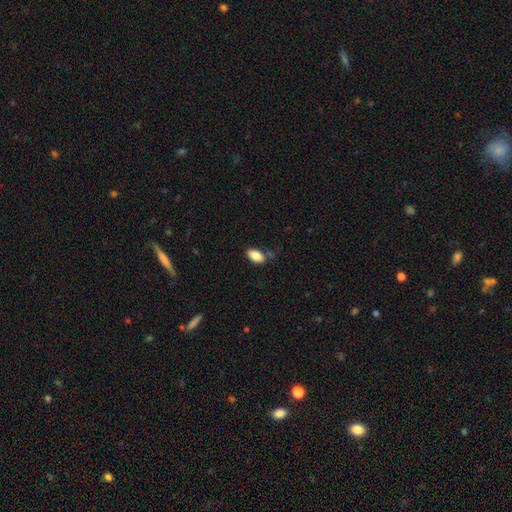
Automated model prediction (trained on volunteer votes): Morphology: type=smooth (85%); roundness=in between (92%); merging=none (76%).